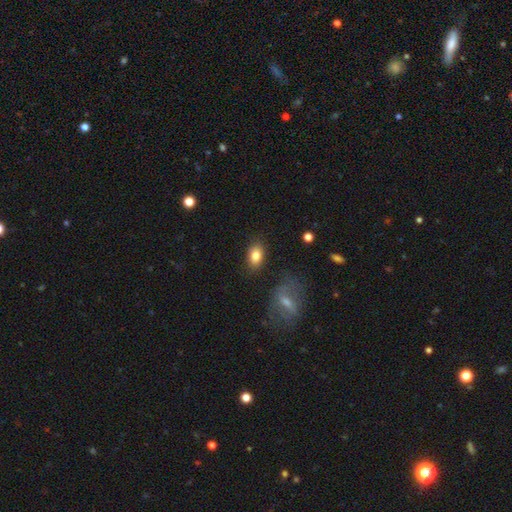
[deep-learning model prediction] Overall: smooth (82%). How rounded: in between (84%). Merging: none (84%).